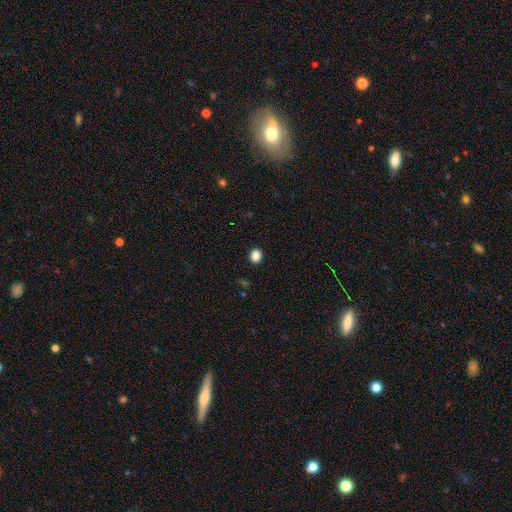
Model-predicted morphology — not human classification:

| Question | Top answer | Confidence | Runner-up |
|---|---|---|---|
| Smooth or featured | smooth | 86% | star or artifact (10%) |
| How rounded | round | 63% | in between (36%) |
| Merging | none | 91% | minor disturbance (6%) |